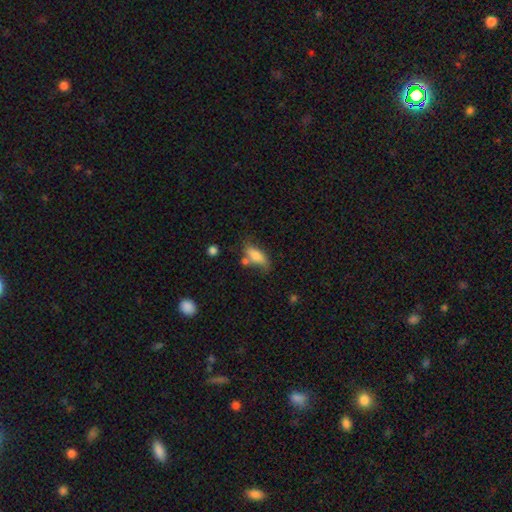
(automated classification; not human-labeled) smooth-or-featured: smooth: 73% | featured or disk: 19% | star or artifact: 8%
  how-rounded: in between: 73% | cigar-shaped: 23% | round: 4%
  merging: none: 53% | minor disturbance: 24% | merger: 14% | major disturbance: 9%